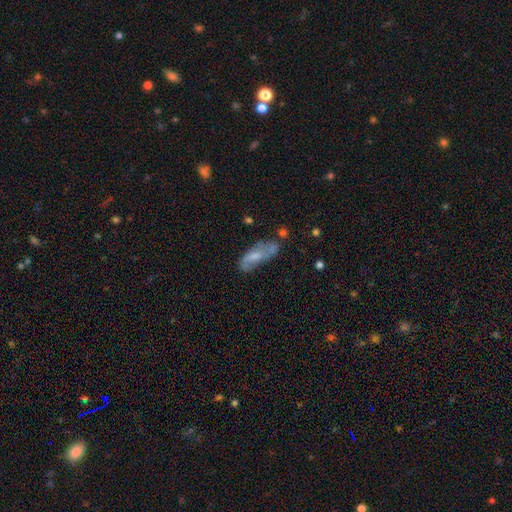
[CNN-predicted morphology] The model was most divided on "smooth or featured": featured or disk: 48%, smooth: 44%, star or artifact: 8%. More confident: merging — none (56%).